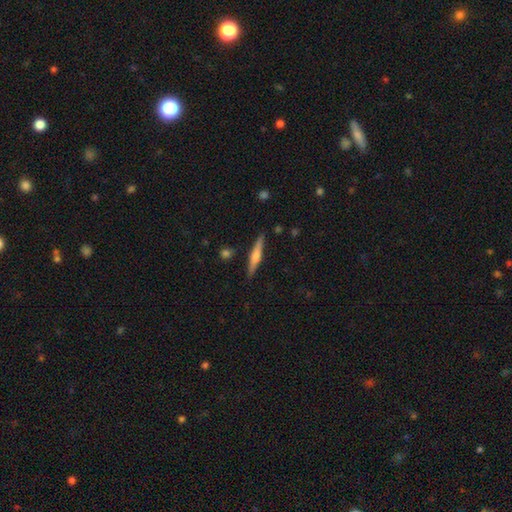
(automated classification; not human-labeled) Morphology: type=featured or disk (49%); merging=none (88%).